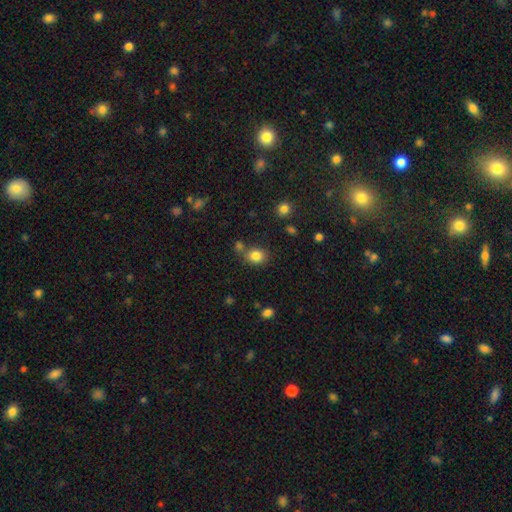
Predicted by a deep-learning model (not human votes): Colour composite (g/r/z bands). It shows a smooth galaxy with no disk features (83%) that is round (56%). Merging: none (66%).